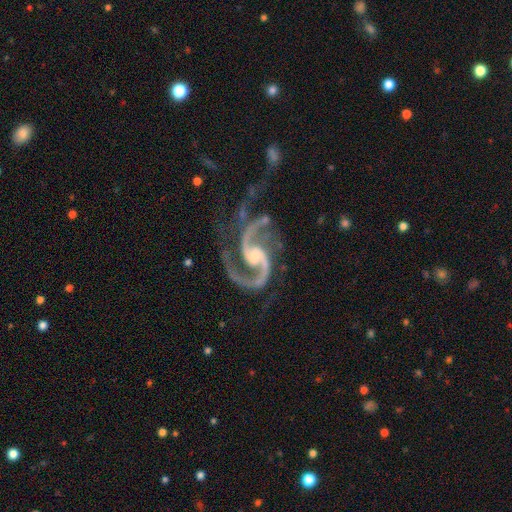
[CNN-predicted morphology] This is clearly a featured or disk galaxy (94%). It is clearly not viewed edge-on (98%). Bar: marginally no (44%). Spiral arm pattern: clearly yes (99%). Spiral arm count: clearly 2 (91%). Spiral winding: likely medium (63%). Central bulge: possibly small (55%). Merging: marginally none (43%).